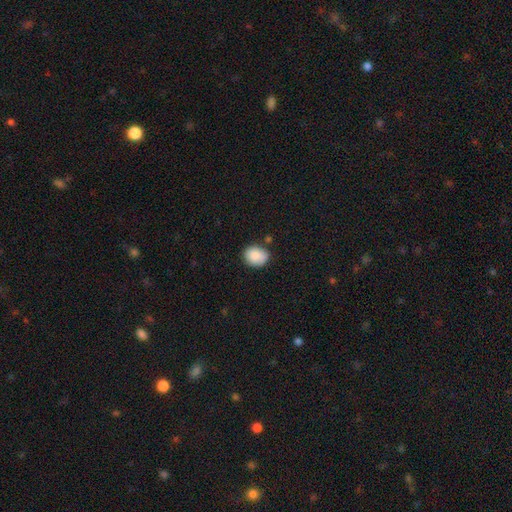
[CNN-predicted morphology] smooth_or_featured: smooth (p=0.87) [alt: star or artifact p=0.08]
how_rounded: round (p=0.52) [alt: in between p=0.47]
merging: none (p=0.72) [alt: minor disturbance p=0.20]